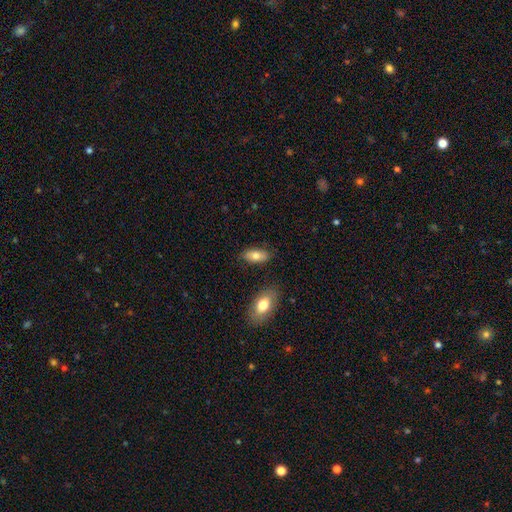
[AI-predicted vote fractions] Smooth or featured: smooth — 77% (featured or disk — 16%)
How rounded: in between — 87% (cigar-shaped — 10%)
Merging: none — 83% (minor disturbance — 11%)